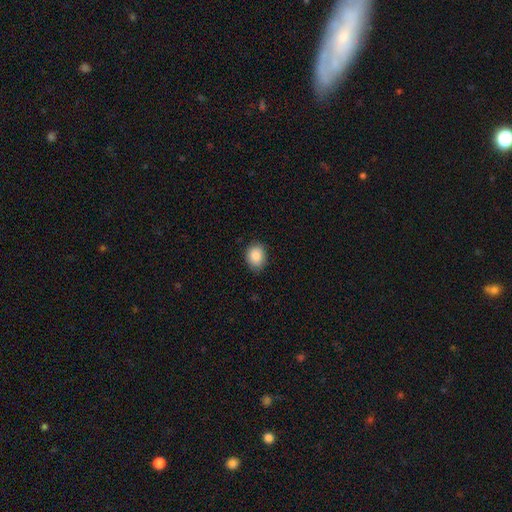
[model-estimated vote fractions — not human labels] Smooth or featured? Predicted: smooth (p=0.87). How rounded? Predicted: in between (p=0.53). Merging? Predicted: none (p=0.80).